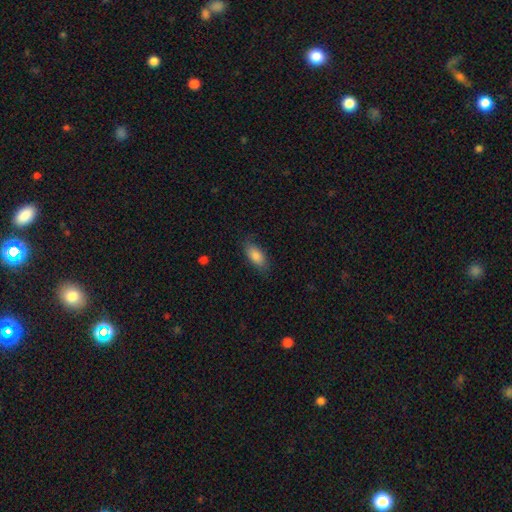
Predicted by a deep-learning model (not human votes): A smooth galaxy with no disk features (85%) that is in between round and cigar-shaped (87%).

Vote fractions:
- Smooth or featured? smooth: 85% / featured or disk: 8% / star or artifact: 7%
- How rounded? in between: 87% / cigar-shaped: 10% / round: 3%
- Merging? none: 80% / minor disturbance: 15% / major disturbance: 4% / merger: 1%